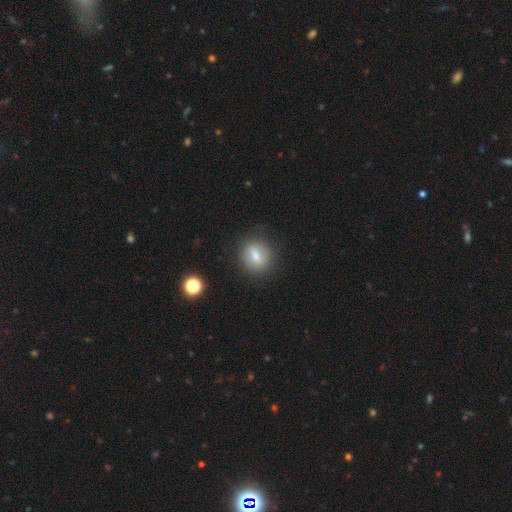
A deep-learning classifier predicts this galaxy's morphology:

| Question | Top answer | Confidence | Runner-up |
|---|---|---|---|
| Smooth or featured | smooth | 70% | featured or disk (20%) |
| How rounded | round | 72% | in between (26%) |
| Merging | none | 82% | minor disturbance (12%) |